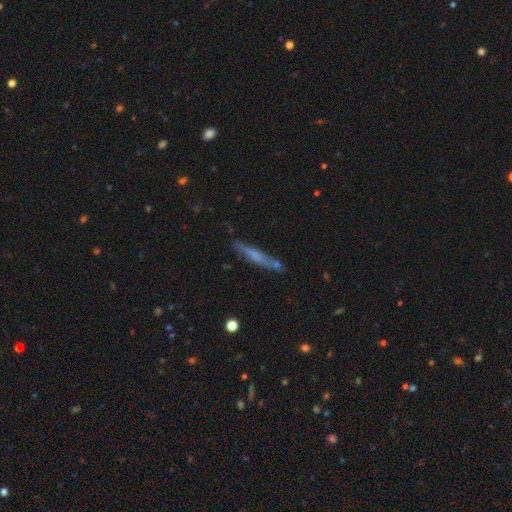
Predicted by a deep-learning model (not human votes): smooth-or-featured: smooth: 53% | featured or disk: 40% | star or artifact: 8%
  how-rounded: cigar-shaped: 93% | in between: 5% | round: 2%
  merging: none: 75% | minor disturbance: 15% | merger: 6% | major disturbance: 3%